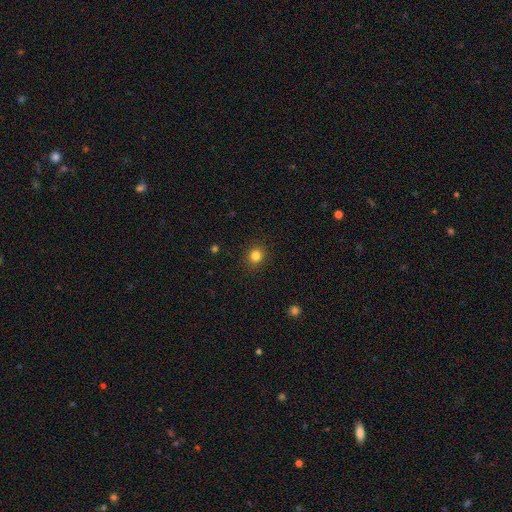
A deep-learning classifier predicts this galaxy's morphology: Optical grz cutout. It shows a smooth galaxy with no disk features (83%) that is round (82%). Merging: none (90%).